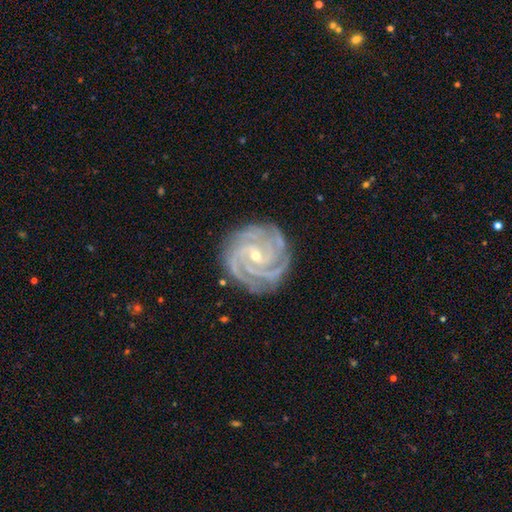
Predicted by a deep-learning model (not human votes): Smooth or featured?
  - featured or disk: 92% *
  - star or artifact: 5%
  - smooth: 3%
Edge-on disk?
  - no: 98% *
  - yes: 2%
Bar?
  - no: 50% *
  - weak: 35%
  - strong: 15%
Spiral arms?
  - yes: 99% *
  - no: 1%
Spiral winding?
  - tight: 78% *
  - medium: 20%
  - loose: 2%
Spiral arm count?
  - 4: 34% *
  - 3: 33%
  - 2: 9%
  - can't tell: 9%
  - more than 4: 9%
  - 1: 6%
Bulge size?
  - small: 69% *
  - moderate: 28%
  - none: 1%
  - large: 1%
  - dominant: 1%
Merging?
  - none: 82% *
  - minor disturbance: 13%
  - major disturbance: 3%
  - merger: 1%